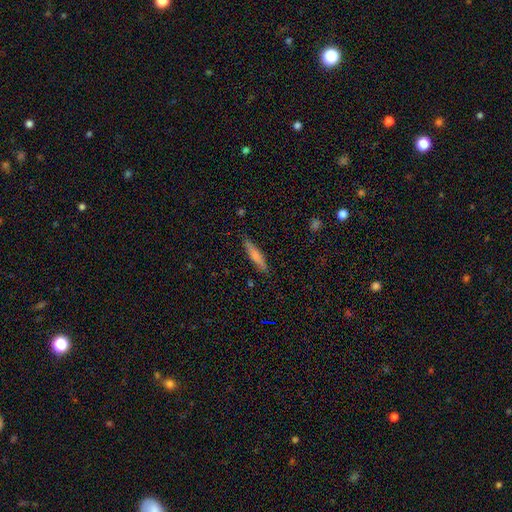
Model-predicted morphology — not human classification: Smooth or featured: smooth — 69% (featured or disk — 24%)
How rounded: cigar-shaped — 86% (in between — 13%)
Merging: none — 86% (minor disturbance — 11%)